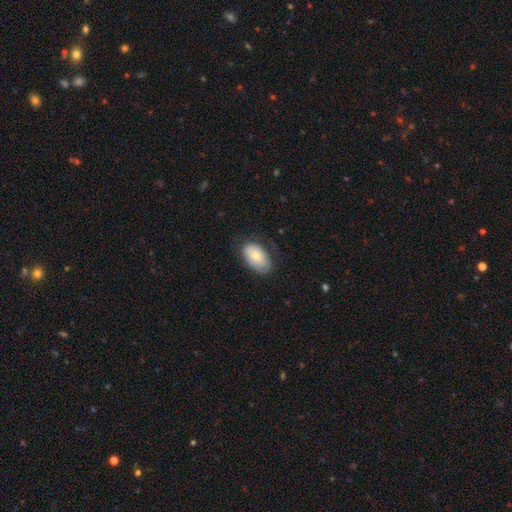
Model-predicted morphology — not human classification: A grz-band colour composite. It shows a smooth galaxy with no disk features (75%) that is in between round and cigar-shaped (93%). Merging: none (65%).